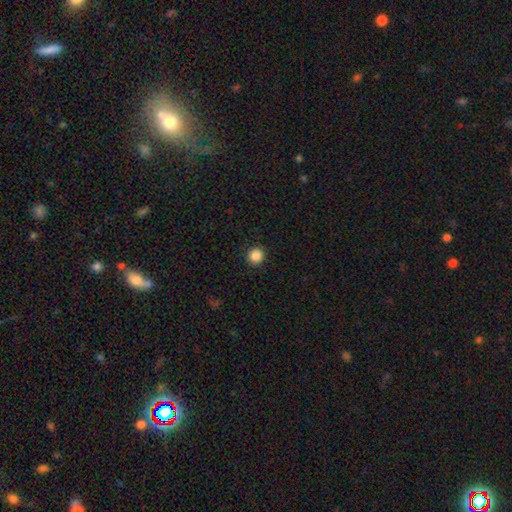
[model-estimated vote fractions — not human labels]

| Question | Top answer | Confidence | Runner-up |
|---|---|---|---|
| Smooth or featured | smooth | 87% | star or artifact (10%) |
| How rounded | round | 94% | in between (5%) |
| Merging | none | 93% | minor disturbance (5%) |